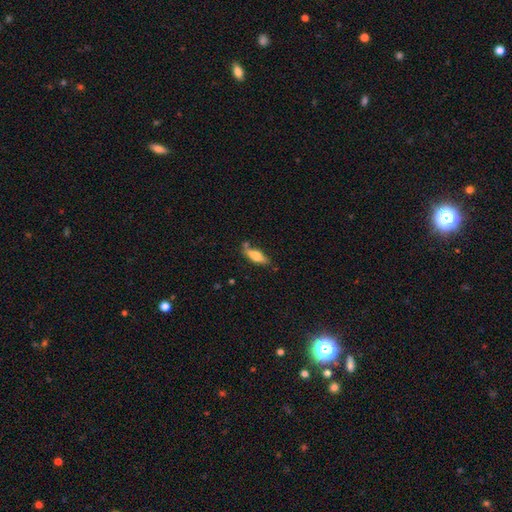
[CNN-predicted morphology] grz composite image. It shows a smooth galaxy with no disk features (62%) that is in between round and cigar-shaped (50%). Merging: none (68%).